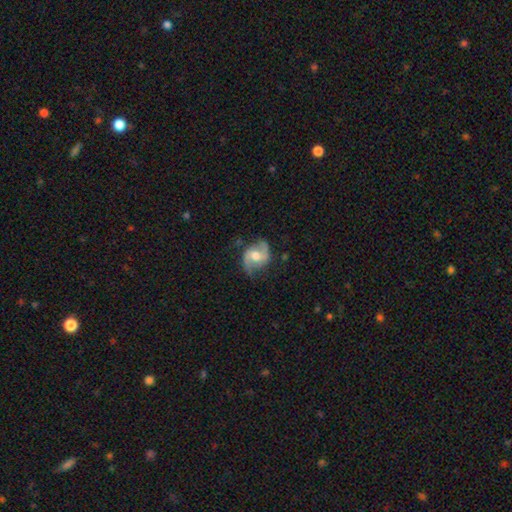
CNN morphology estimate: smooth_or_featured: featured or disk (p=0.81) [alt: smooth p=0.14]
disk_edge_on: no (p=0.97) [alt: yes p=0.03]
bar: weak (p=0.44) [alt: no p=0.43]
has_spiral_arms: yes (p=0.94) [alt: no p=0.06]
spiral_winding: medium (p=0.47) [alt: loose p=0.40]
spiral_arm_count: 2 (p=0.91) [alt: can't tell p=0.03]
bulge_size: moderate (p=0.69) [alt: large p=0.14]
merging: none (p=0.72) [alt: minor disturbance p=0.19]